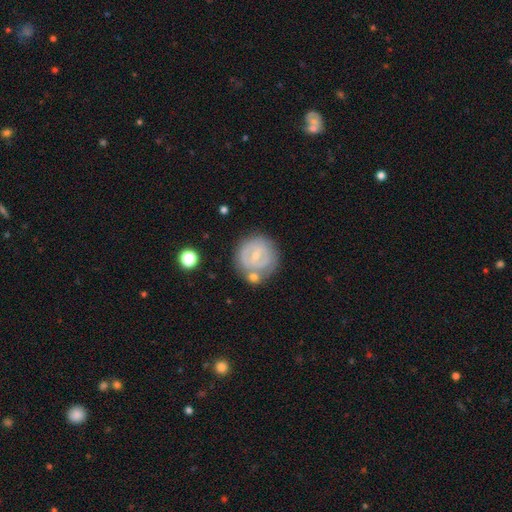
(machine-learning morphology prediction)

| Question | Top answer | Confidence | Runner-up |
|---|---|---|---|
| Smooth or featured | featured or disk | 63% | smooth (30%) |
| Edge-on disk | no | 96% | yes (4%) |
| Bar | weak | 47% | no (34%) |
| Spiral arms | yes | 57% | no (43%) |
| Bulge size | small | 65% | moderate (30%) |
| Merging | none | 66% | minor disturbance (16%) |